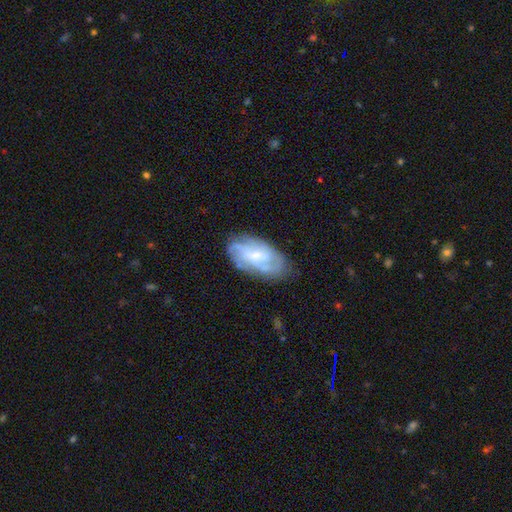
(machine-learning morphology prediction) Q: Smooth or featured?
A: featured or disk (68%); runner-up: smooth (25%)
Q: Edge-on disk?
A: no (95%); runner-up: yes (5%)
Q: Bar?
A: weak (48%); runner-up: no (36%)
Q: Spiral arms?
A: yes (85%); runner-up: no (15%)
Q: Spiral winding?
A: tight (42%); runner-up: medium (40%)
Q: Spiral arm count?
A: can't tell (41%); runner-up: 2 (22%)
Q: Bulge size?
A: small (54%); runner-up: moderate (29%)
Q: Merging?
A: none (71%); runner-up: minor disturbance (20%)